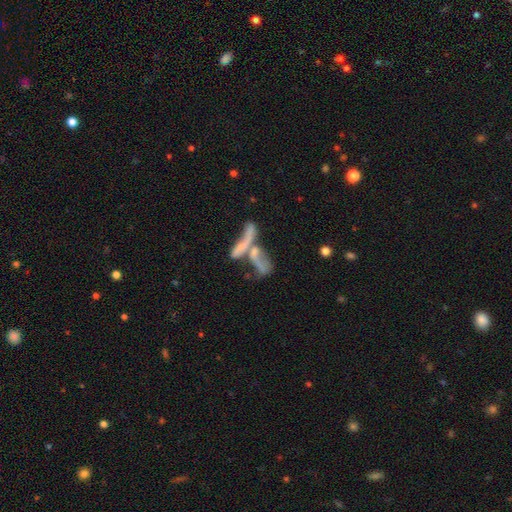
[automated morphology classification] type=featured or disk (45%); merging=merger (64%).